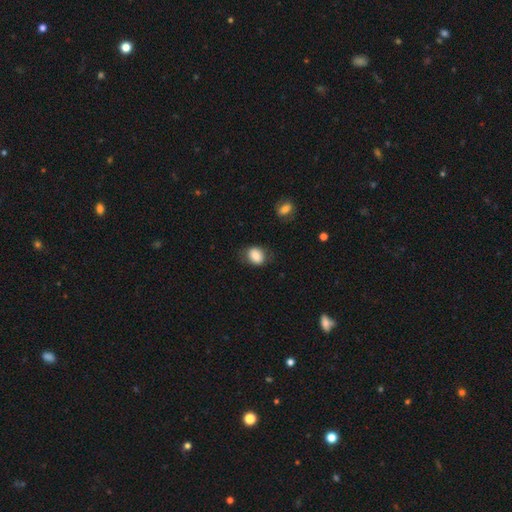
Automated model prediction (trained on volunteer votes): Morphology: type=smooth (82%); roundness=in between (59%); merging=none (74%).